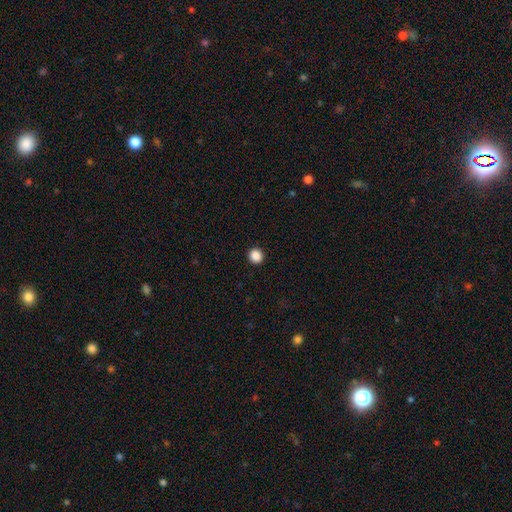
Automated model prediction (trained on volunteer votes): smooth 88%, star or artifact 10%, featured or disk 2%. Down the decision tree: how rounded — round (91%); merging — none (93%).